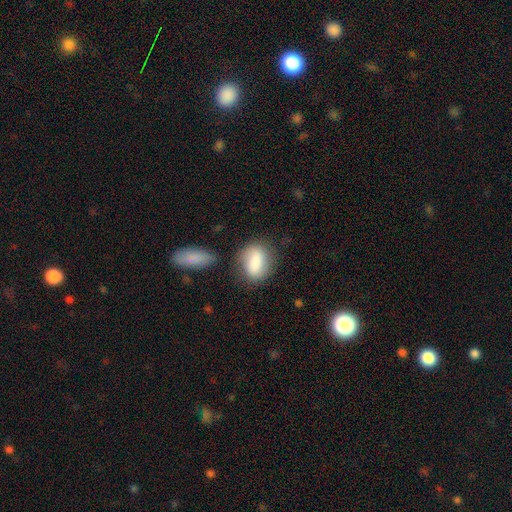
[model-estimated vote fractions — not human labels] Morphology: type=smooth (81%); roundness=in between (74%); merging=none (65%).